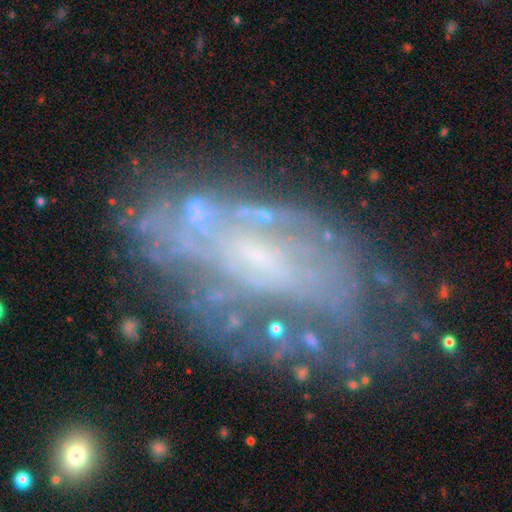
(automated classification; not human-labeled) The model was most divided on "spiral arms": yes: 55%, no: 45%. More confident: edge-on disk — no (93%); smooth or featured — featured or disk (71%); bar — no (62%); merging — none (52%); bulge size — small (52%).